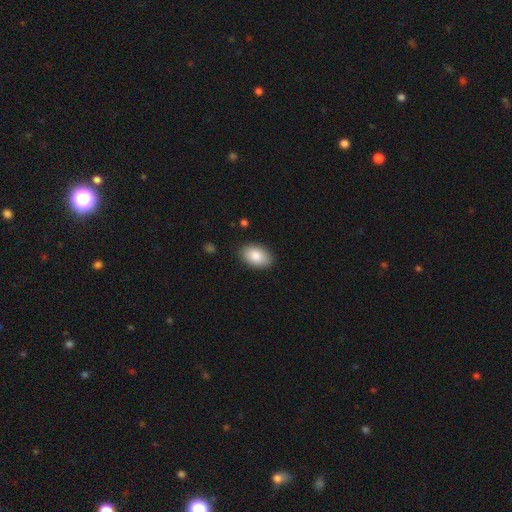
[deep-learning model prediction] A smooth galaxy with no disk features (86%) that is in between round and cigar-shaped (92%).

Vote fractions:
- Smooth or featured? smooth: 86% / featured or disk: 8% / star or artifact: 6%
- How rounded? in between: 92% / round: 6% / cigar-shaped: 1%
- Merging? none: 88% / minor disturbance: 9% / major disturbance: 2% / merger: 1%